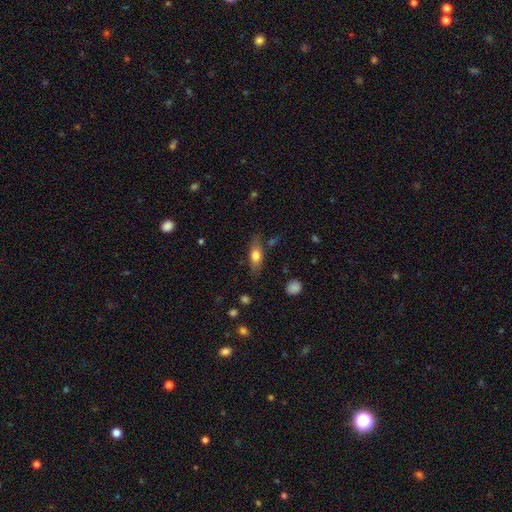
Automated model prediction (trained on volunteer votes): The model was most divided on "how rounded": in between: 65%, cigar-shaped: 30%, round: 5%. More confident: merging — none (74%); smooth or featured — smooth (66%).